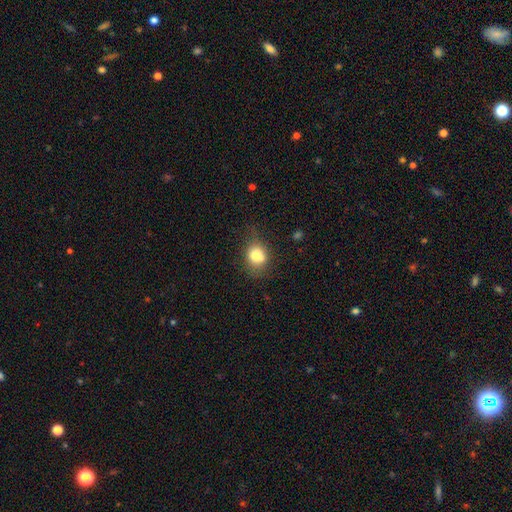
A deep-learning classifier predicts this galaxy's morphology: Smooth or featured: smooth — 75% (featured or disk — 14%)
How rounded: round — 56% (in between — 43%)
Merging: none — 50% (minor disturbance — 24%)